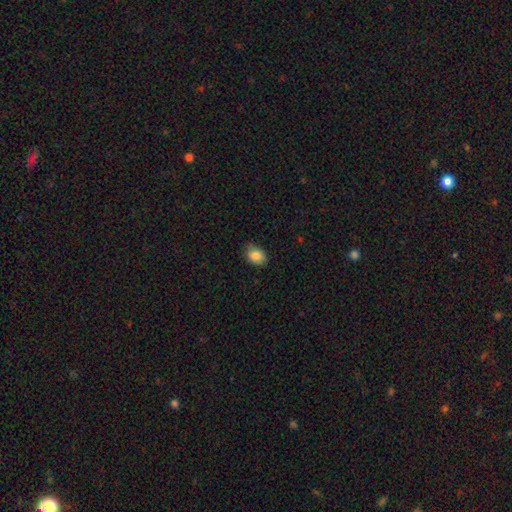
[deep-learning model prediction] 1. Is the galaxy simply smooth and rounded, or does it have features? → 85% smooth, 9% star or artifact, 6% featured or disk.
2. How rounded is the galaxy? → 62% in between, 37% round, 1% cigar-shaped.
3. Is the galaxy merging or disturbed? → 74% none, 21% minor disturbance, 3% major disturbance, 1% merger.